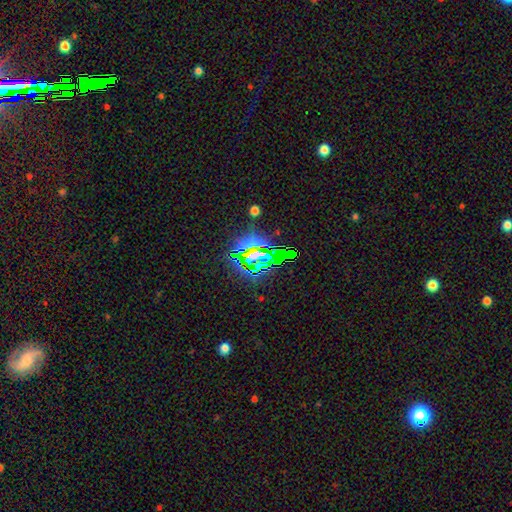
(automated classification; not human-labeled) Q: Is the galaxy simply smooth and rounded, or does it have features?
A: star or artifact — 72%.